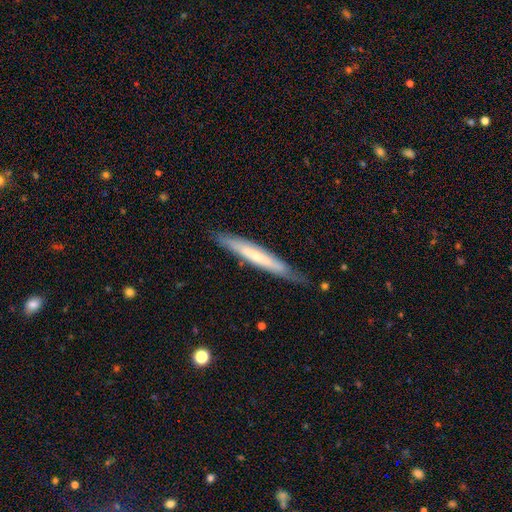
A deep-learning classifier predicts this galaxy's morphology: smooth_or_featured: smooth (p=0.49) [alt: featured or disk p=0.45]
merging: none (p=0.80) [alt: minor disturbance p=0.16]